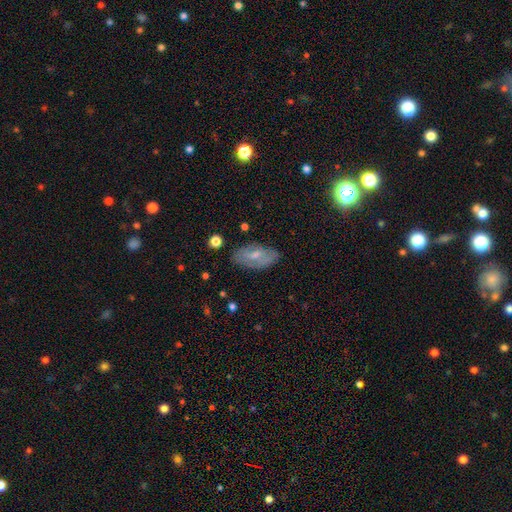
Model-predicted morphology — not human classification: The model was most divided on "smooth or featured": smooth: 48%, featured or disk: 43%, star or artifact: 9%. More confident: merging — none (71%).